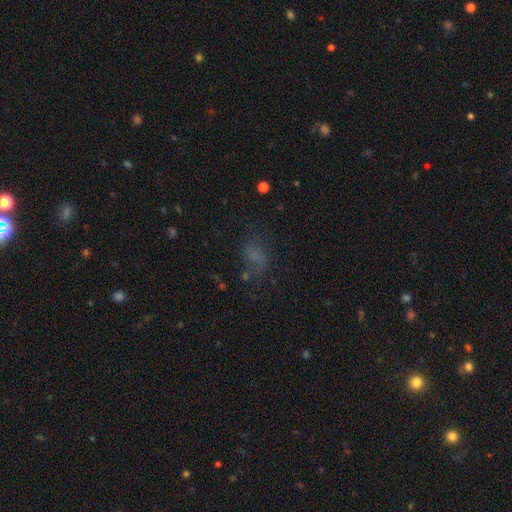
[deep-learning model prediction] Smooth or featured? smooth (48%)
Merging? none (52%)